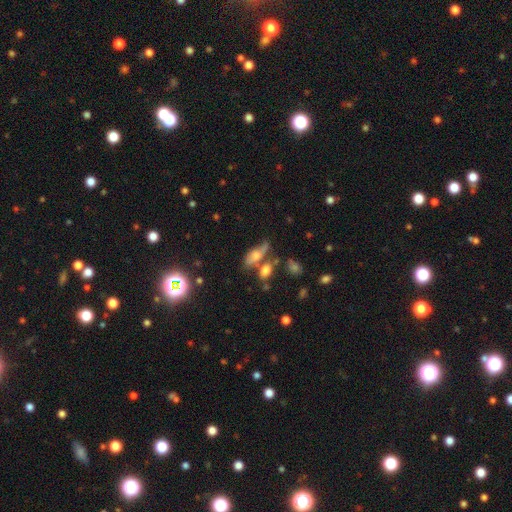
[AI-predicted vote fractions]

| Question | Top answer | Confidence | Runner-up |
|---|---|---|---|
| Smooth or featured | smooth | 58% | featured or disk (30%) |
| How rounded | in between | 74% | cigar-shaped (20%) |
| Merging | none | 38% | merger (28%) |